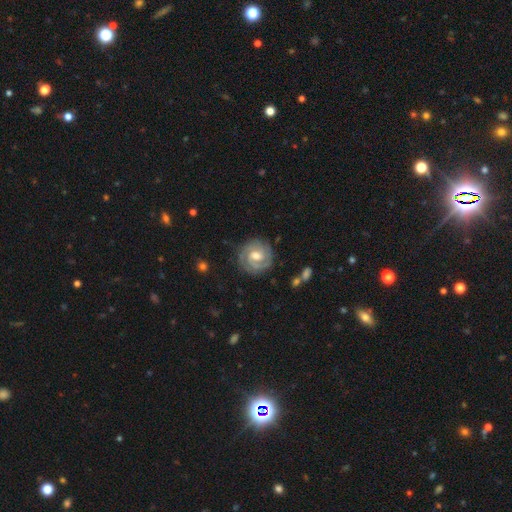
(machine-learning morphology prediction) The model was most divided on "bar": weak: 50%, no: 38%, strong: 13%. More confident: edge-on disk — no (98%); spiral arms — yes (96%); smooth or featured — featured or disk (85%); merging — none (81%); spiral winding — tight (72%); bulge size — moderate (72%); spiral arm count — 2 (68%).